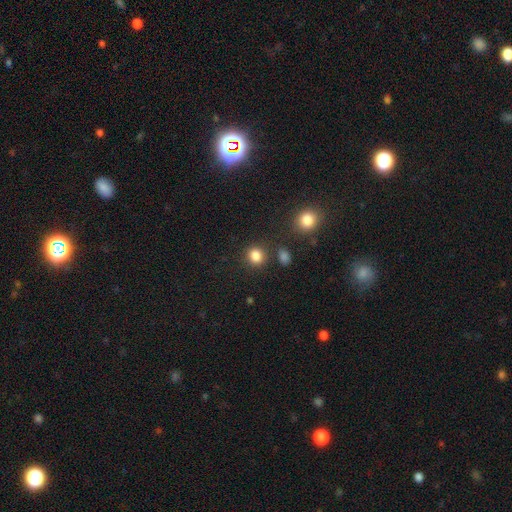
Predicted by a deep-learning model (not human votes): smooth 84%, star or artifact 12%, featured or disk 4%. Down the decision tree: how rounded — round (80%); merging — none (83%).